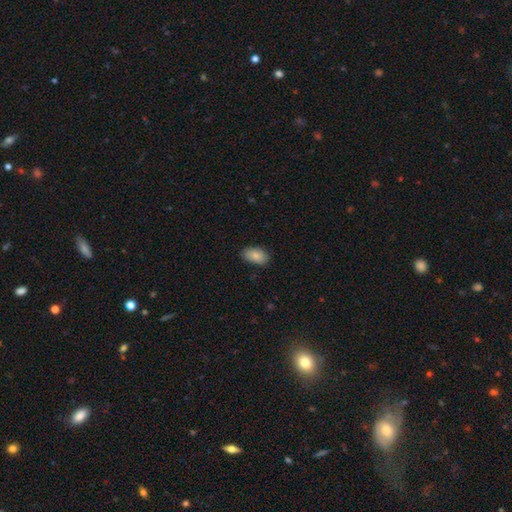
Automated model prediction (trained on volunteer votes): This appears to be a smooth galaxy with no disk features (84%) that is in between round and cigar-shaped (93%). Merging: none (85%).